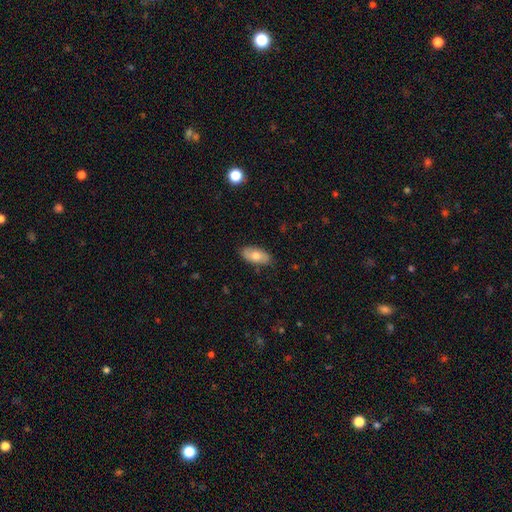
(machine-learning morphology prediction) This appears to be a smooth galaxy with no disk features (69%) that is in between round and cigar-shaped (91%). Merging: none (83%).